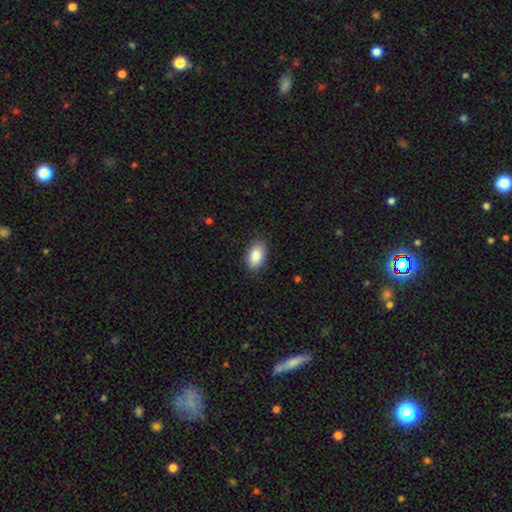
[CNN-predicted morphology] Smooth or featured? smooth (88%)
How rounded? in between (93%)
Merging? none (86%)